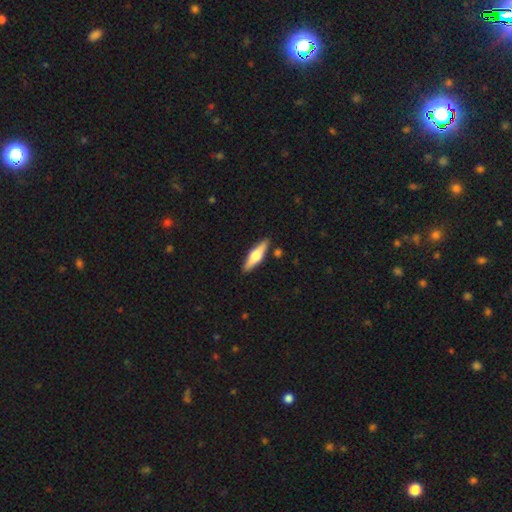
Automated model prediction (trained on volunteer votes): A featured or disk galaxy (54%) viewed edge-on (94%) with a rounded central bulge (92%).

Vote fractions:
- Smooth or featured? featured or disk: 54% / smooth: 41% / star or artifact: 5%
- Edge-on disk? yes: 94% / no: 6%
- Edge-on bulge? rounded: 92% / boxy: 5% / none: 3%
- Merging? none: 88% / minor disturbance: 8% / merger: 3% / major disturbance: 2%